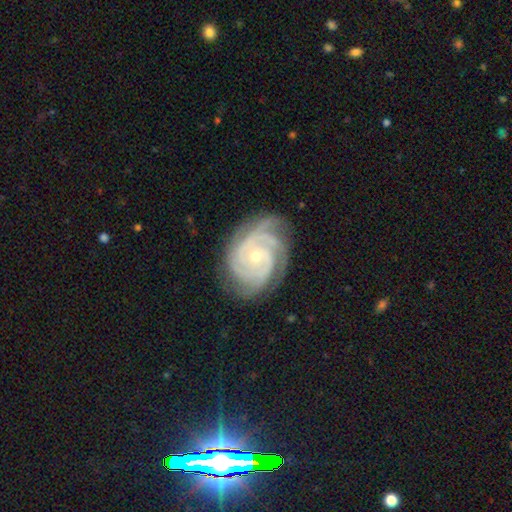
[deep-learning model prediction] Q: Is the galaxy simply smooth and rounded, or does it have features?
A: featured or disk — 92%.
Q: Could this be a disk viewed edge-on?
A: no — 98%.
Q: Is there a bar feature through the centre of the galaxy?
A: no — 72%.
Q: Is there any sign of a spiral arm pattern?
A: yes — 98%.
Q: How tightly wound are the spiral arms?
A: tight — 77%.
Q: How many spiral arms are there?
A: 3 — 46%.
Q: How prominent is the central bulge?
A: small — 56%.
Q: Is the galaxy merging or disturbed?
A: none — 75%.